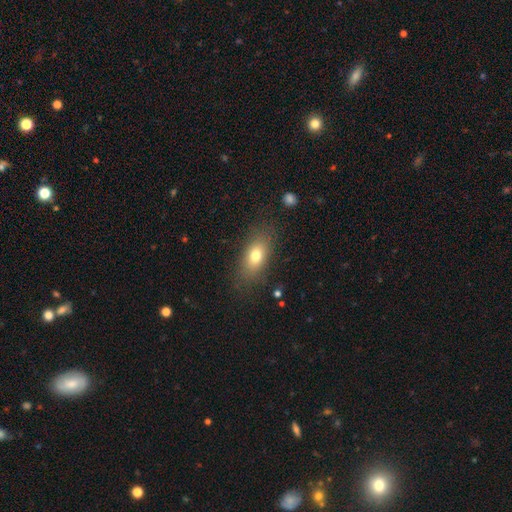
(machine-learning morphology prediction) smooth_or_featured: smooth (p=0.75) [alt: featured or disk p=0.15]
how_rounded: in between (p=0.82) [alt: round p=0.11]
merging: none (p=0.80) [alt: minor disturbance p=0.13]